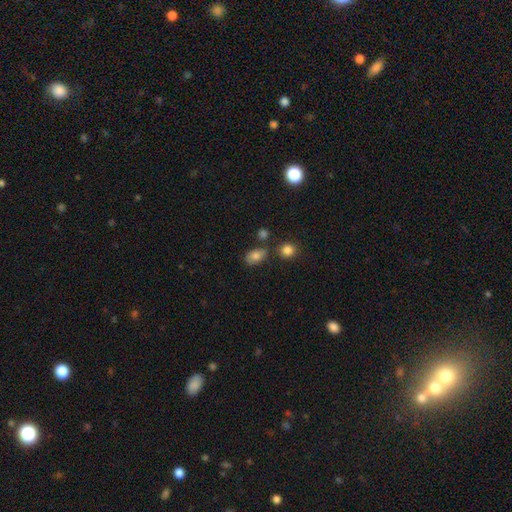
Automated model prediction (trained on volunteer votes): Smooth or featured? smooth (79%)
How rounded? in between (83%)
Merging? none (66%)